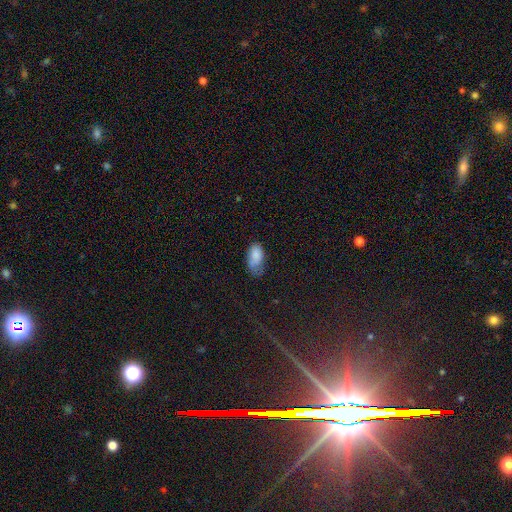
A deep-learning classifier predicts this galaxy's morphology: This is clearly a smooth galaxy (80%). How rounded: clearly in between (93%). Merging: marginally none (39%).